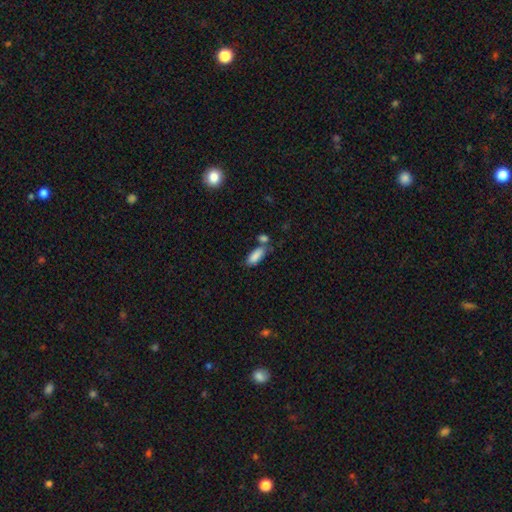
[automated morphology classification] A smooth galaxy with no disk features (86%) that is in between round and cigar-shaped (78%).

Vote fractions:
- Smooth or featured? smooth: 86% / star or artifact: 7% / featured or disk: 7%
- How rounded? in between: 78% / cigar-shaped: 20% / round: 2%
- Merging? none: 54% / merger: 24% / minor disturbance: 17% / major disturbance: 6%